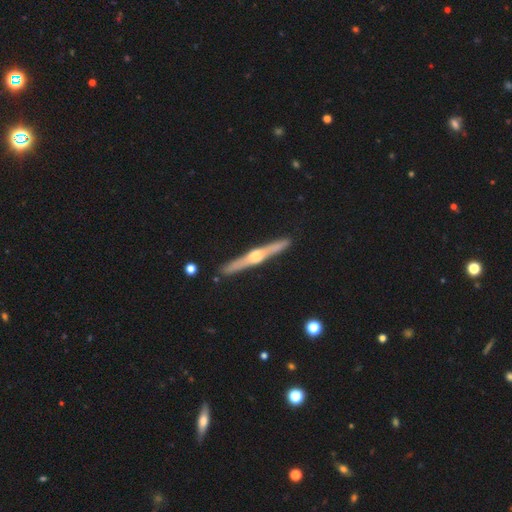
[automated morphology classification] smooth_or_featured: featured or disk (p=0.80) [alt: smooth p=0.15]
disk_edge_on: yes (p=0.98) [alt: no p=0.02]
edge_on_bulge: rounded (p=0.88) [alt: boxy p=0.08]
merging: none (p=0.91) [alt: minor disturbance p=0.06]